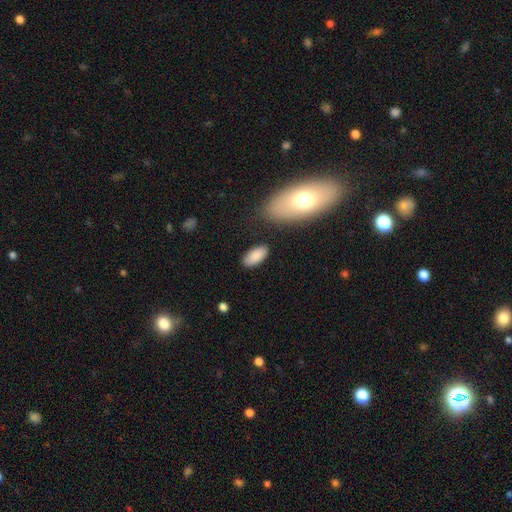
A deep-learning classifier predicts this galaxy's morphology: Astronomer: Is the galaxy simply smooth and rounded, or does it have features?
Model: smooth — 88%.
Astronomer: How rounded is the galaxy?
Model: in between — 92%.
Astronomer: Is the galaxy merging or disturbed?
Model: none — 83%.